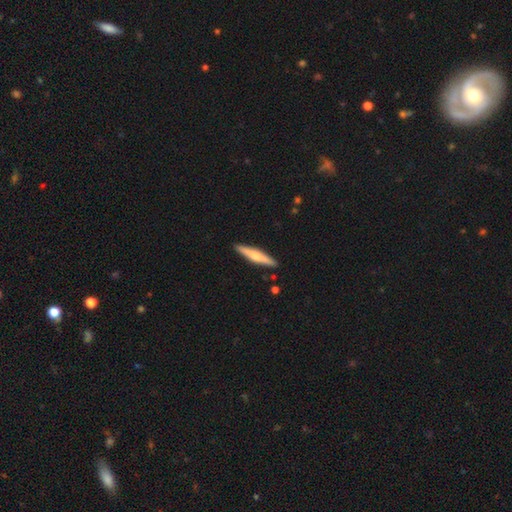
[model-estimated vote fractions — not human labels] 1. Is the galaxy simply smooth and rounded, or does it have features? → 48% smooth, 46% featured or disk, 5% star or artifact.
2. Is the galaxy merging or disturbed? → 91% none, 7% minor disturbance, 1% major disturbance, 1% merger.